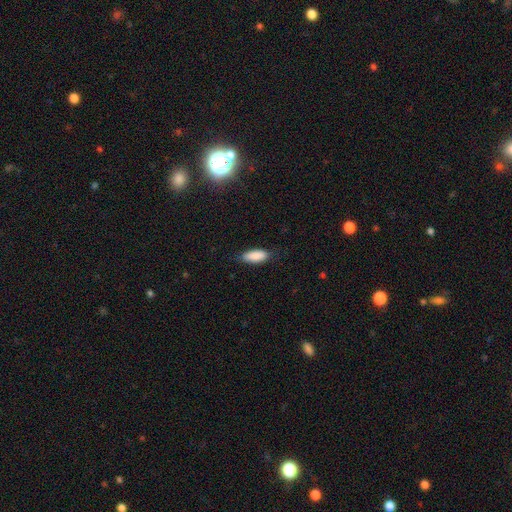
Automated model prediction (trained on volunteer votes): Smooth or featured: smooth — 89% (star or artifact — 6%)
How rounded: in between — 81% (cigar-shaped — 17%)
Merging: none — 80% (minor disturbance — 16%)